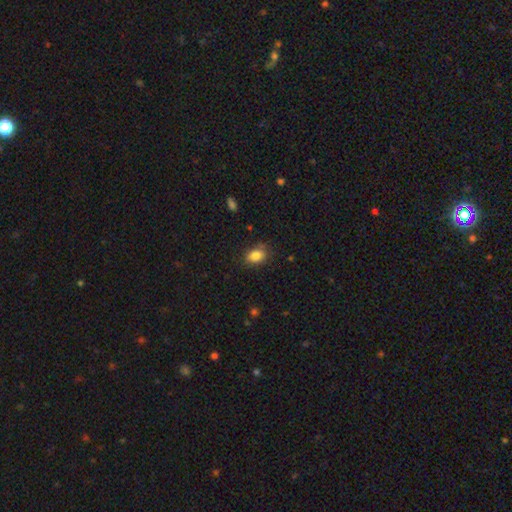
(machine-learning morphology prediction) type=smooth (85%); roundness=in between (75%); merging=none (77%).